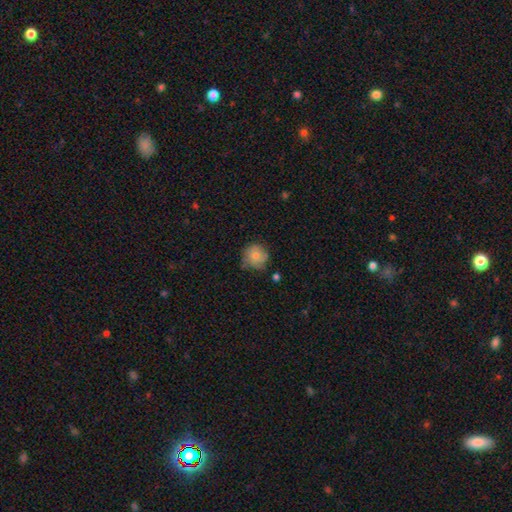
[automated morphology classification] Smooth or featured: smooth — 74% (featured or disk — 18%)
How rounded: round — 87% (in between — 12%)
Merging: none — 64% (minor disturbance — 27%)